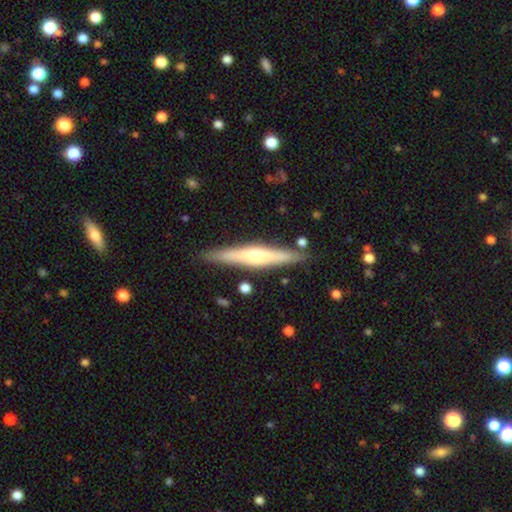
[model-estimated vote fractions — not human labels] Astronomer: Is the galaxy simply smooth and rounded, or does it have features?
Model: featured or disk — 63%.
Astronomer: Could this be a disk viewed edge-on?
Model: yes — 95%.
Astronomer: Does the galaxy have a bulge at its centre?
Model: rounded — 85%.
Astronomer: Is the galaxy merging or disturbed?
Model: none — 87%.